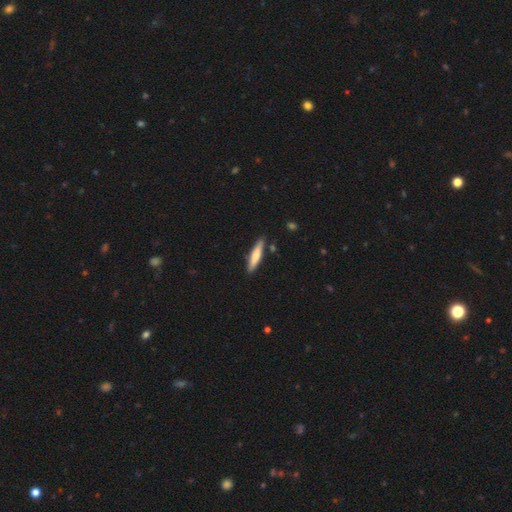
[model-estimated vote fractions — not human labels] This is likely a smooth galaxy (67%). How rounded: clearly cigar-shaped (87%). Merging: clearly none (85%).